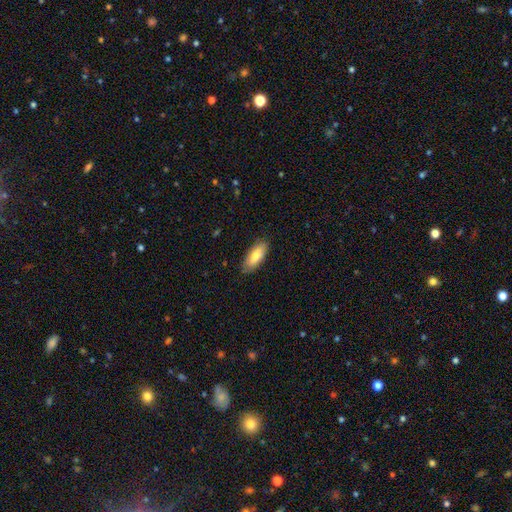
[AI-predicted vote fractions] Smooth or featured? Predicted: smooth (p=0.77). How rounded? Predicted: in between (p=0.76). Merging? Predicted: none (p=0.86).